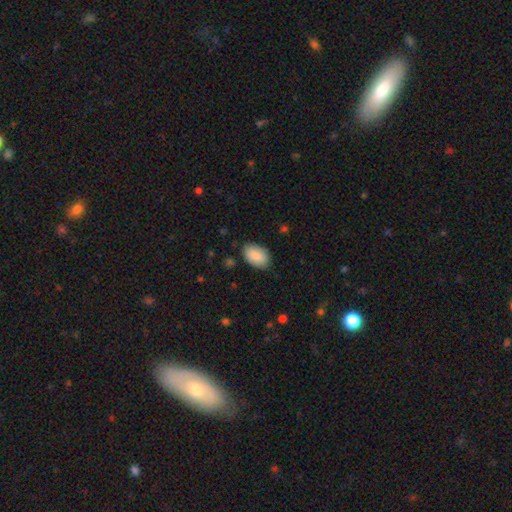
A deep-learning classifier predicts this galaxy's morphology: Smooth or featured? smooth (89%)
How rounded? in between (93%)
Merging? none (83%)